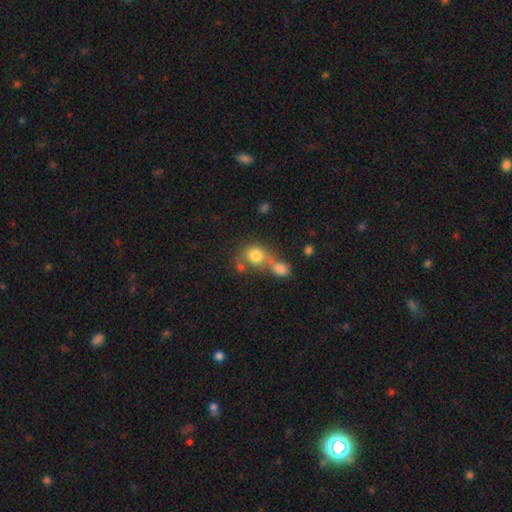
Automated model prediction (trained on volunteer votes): A smooth galaxy with no disk features (77%) that is round (75%). Merging: merger (55%).